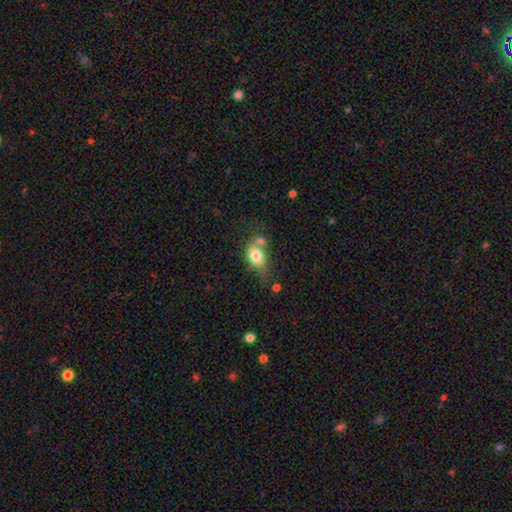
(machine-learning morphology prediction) The model was most divided on "merging": none: 39%, merger: 30%, minor disturbance: 22%, major disturbance: 10%. More confident: how rounded — in between (80%); smooth or featured — smooth (78%).